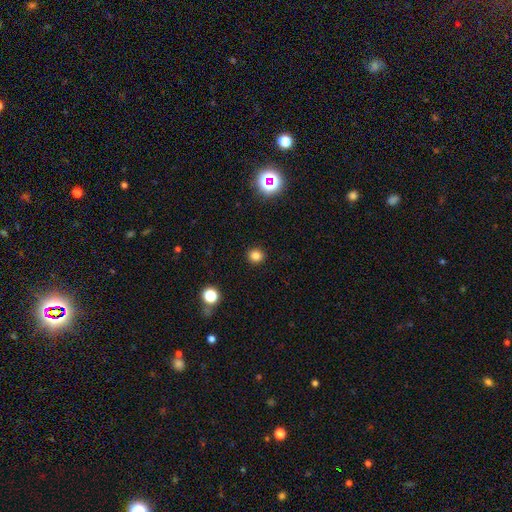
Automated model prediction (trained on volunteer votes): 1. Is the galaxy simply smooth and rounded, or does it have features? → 81% smooth, 15% star or artifact, 4% featured or disk.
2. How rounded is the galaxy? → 89% round, 10% in between, 1% cigar-shaped.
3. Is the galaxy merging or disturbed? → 92% none, 5% minor disturbance, 2% major disturbance, 1% merger.